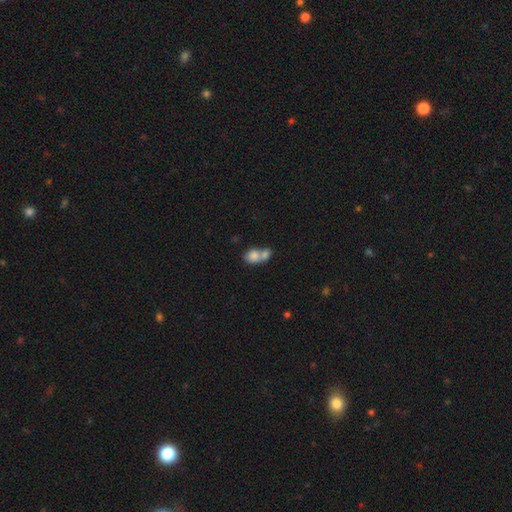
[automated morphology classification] type=smooth (79%); roundness=round (53%); merging=merger (70%).